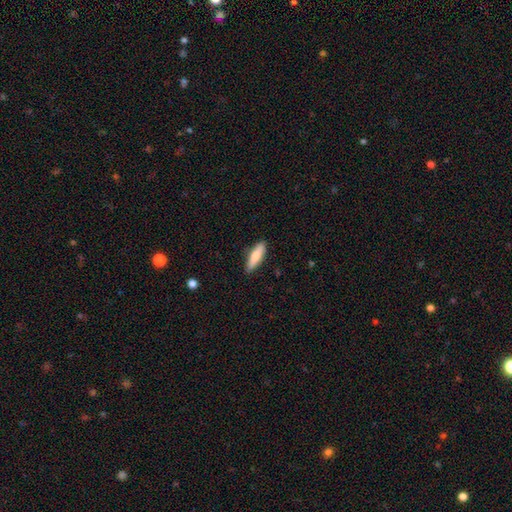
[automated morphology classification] smooth_or_featured: smooth (p=0.79) [alt: featured or disk p=0.16]
how_rounded: cigar-shaped (p=0.60) [alt: in between p=0.38]
merging: none (p=0.87) [alt: minor disturbance p=0.10]